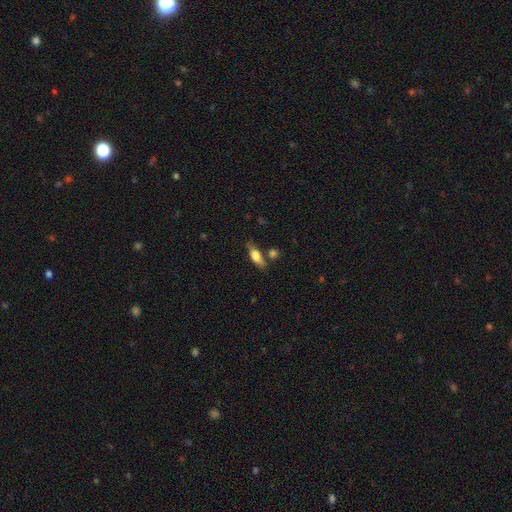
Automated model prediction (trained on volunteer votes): Q: Smooth or featured?
A: smooth (66%); runner-up: featured or disk (26%)
Q: How rounded?
A: in between (60%); runner-up: cigar-shaped (36%)
Q: Merging?
A: none (67%); runner-up: minor disturbance (18%)